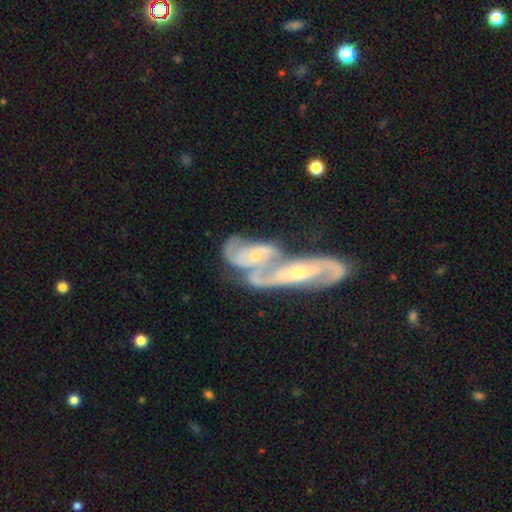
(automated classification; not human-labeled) smooth-or-featured: featured or disk: 80% | smooth: 14% | star or artifact: 6%
  disk-edge-on: no: 95% | yes: 5%
    bar: no: 67% | weak: 25% | strong: 8%
    has-spiral-arms: yes: 86% | no: 14%
      spiral-winding: medium: 43% | loose: 35% | tight: 22%
      spiral-arm-count: 2: 68% | can't tell: 16% | 3: 6% | 1: 6% | 4: 2% | more than 4: 2%
    bulge-size: small: 62% | moderate: 33% | none: 3% | large: 2% | dominant: 1%
  merging: merger: 74% | none: 11% | major disturbance: 8% | minor disturbance: 7%